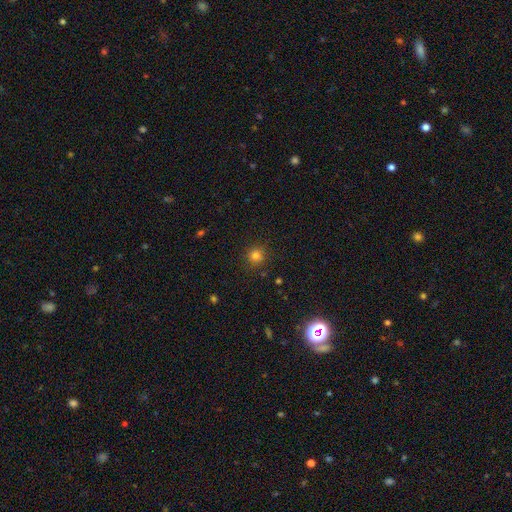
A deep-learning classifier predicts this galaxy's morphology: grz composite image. It shows a smooth galaxy with no disk features (79%) that is round (91%). Merging: none (88%).